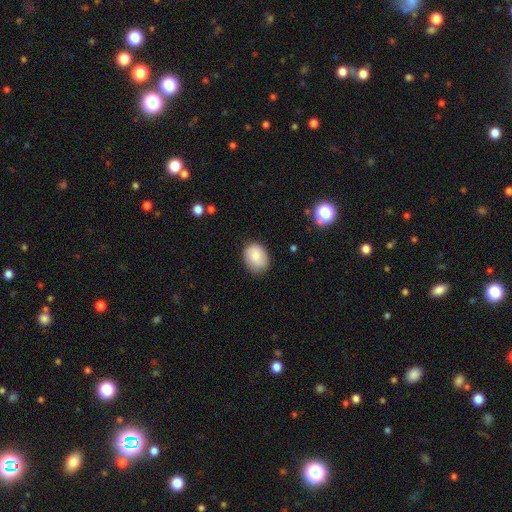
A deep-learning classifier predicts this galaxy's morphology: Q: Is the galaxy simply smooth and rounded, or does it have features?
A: smooth — 81%.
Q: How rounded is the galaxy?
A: in between — 61%.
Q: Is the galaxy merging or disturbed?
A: none — 76%.